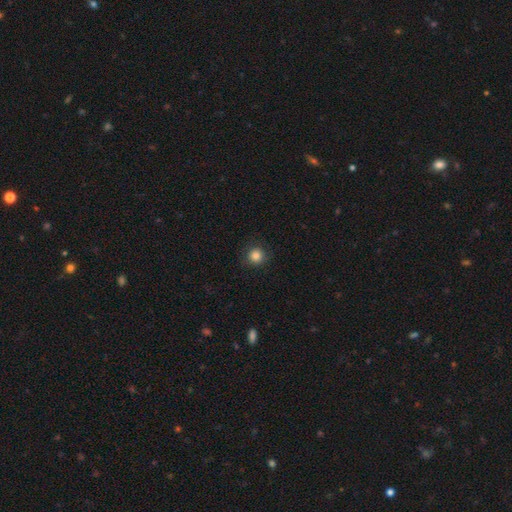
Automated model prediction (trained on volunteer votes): This is clearly a smooth galaxy (84%). How rounded: clearly round (93%). Merging: clearly none (88%).